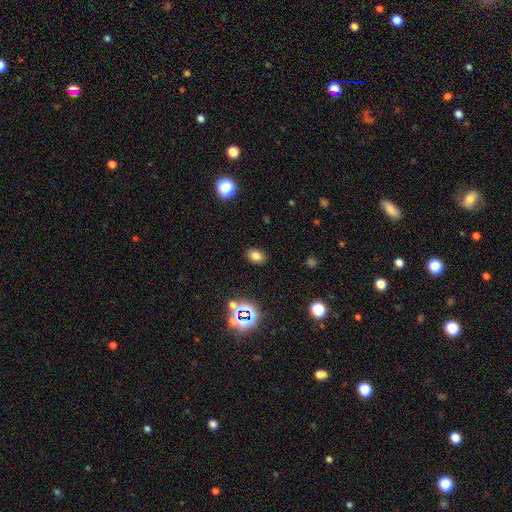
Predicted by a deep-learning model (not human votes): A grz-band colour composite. It shows a smooth galaxy with no disk features (75%) that is in between round and cigar-shaped (72%). Merging: none (87%).